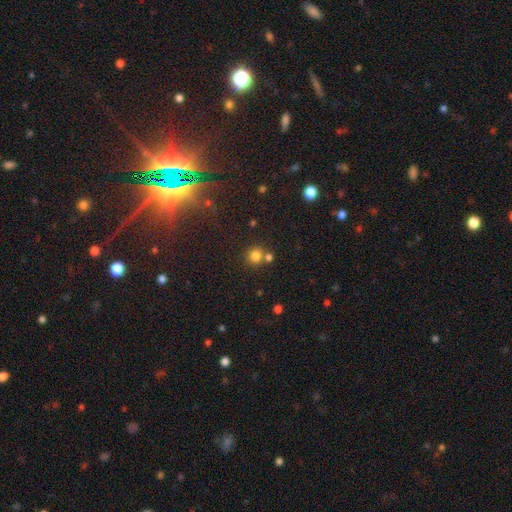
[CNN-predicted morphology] This appears to be a smooth galaxy with no disk features (79%) that is round (90%). Merging: none (68%).